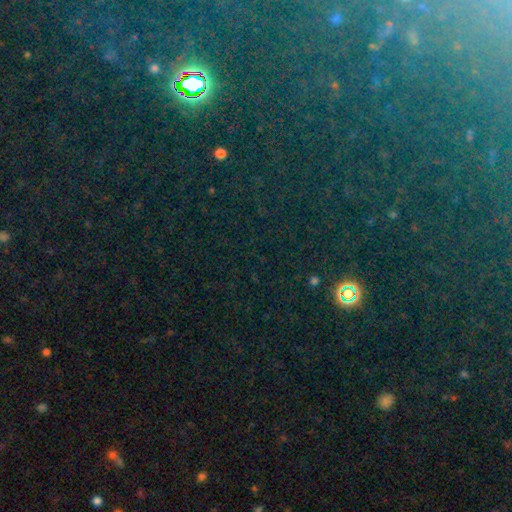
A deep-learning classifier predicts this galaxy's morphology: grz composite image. It shows a star or artifact, not a galaxy (76%).